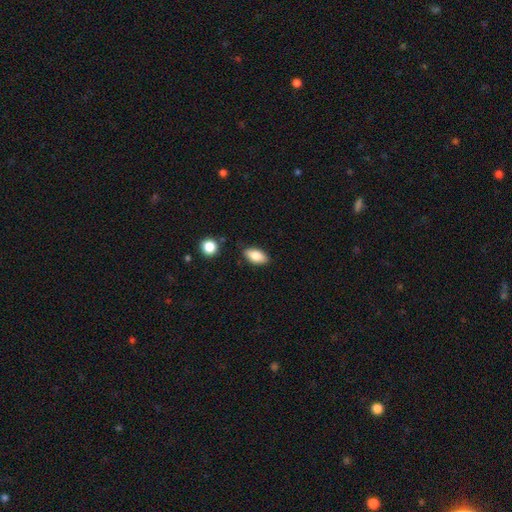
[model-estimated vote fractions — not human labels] This appears to be a smooth galaxy with no disk features (82%) that is in between round and cigar-shaped (90%). Merging: none (84%).